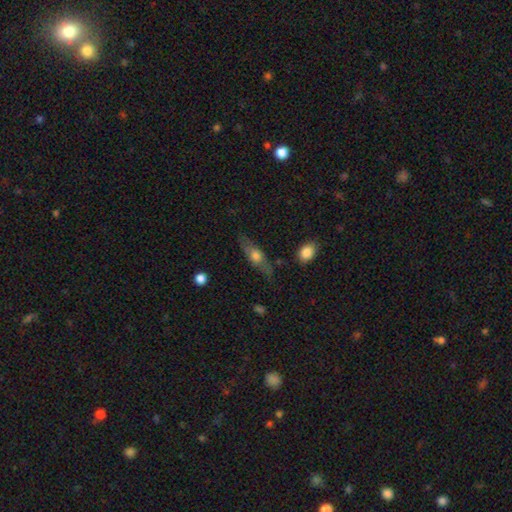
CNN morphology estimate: A smooth galaxy with no disk features (49%).

Vote fractions:
- Smooth or featured? smooth: 49% / featured or disk: 44% / star or artifact: 7%
- Merging? none: 73% / minor disturbance: 19% / major disturbance: 6% / merger: 3%